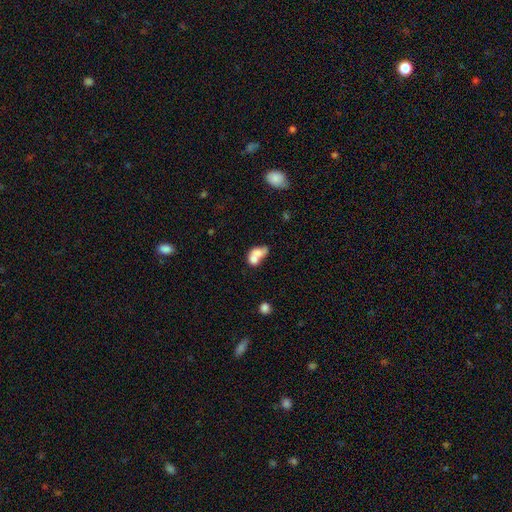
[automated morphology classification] This appears to be a smooth galaxy with no disk features (68%) that is in between round and cigar-shaped (73%). Merging: merger (67%).